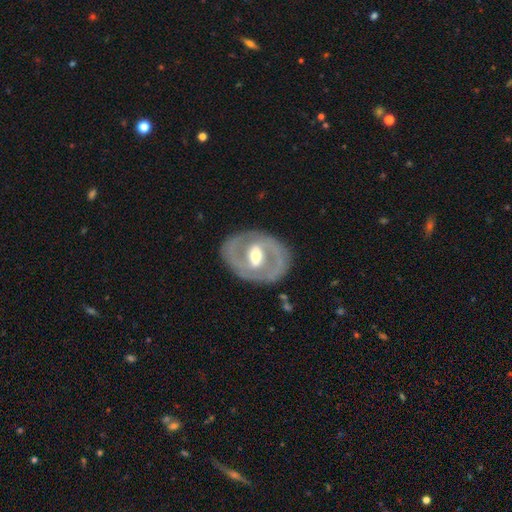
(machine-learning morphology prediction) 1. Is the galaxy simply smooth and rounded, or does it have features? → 78% featured or disk, 18% smooth, 5% star or artifact.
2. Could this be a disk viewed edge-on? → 95% no, 5% yes.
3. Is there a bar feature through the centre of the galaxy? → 40% weak, 39% strong, 21% no.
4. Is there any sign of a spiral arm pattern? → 59% yes, 41% no.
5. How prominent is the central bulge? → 66% moderate, 22% small, 10% large, 1% dominant, 1% none.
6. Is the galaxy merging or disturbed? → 82% none, 11% minor disturbance, 5% major disturbance, 2% merger.